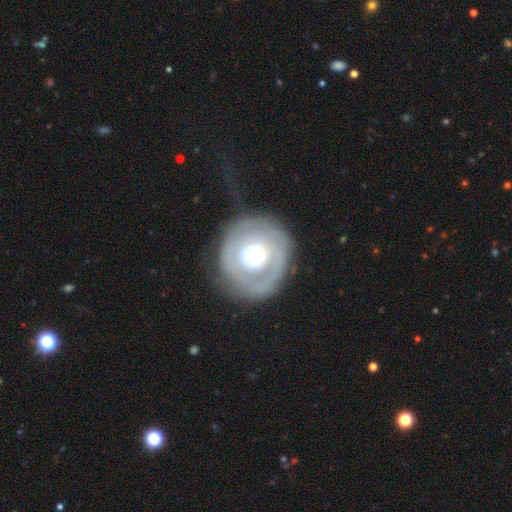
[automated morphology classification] The model was most divided on "spiral arms": no: 51%, yes: 49%. More confident: edge-on disk — no (97%); bar — no (84%); merging — none (68%); smooth or featured — featured or disk (60%); bulge size — moderate (58%).